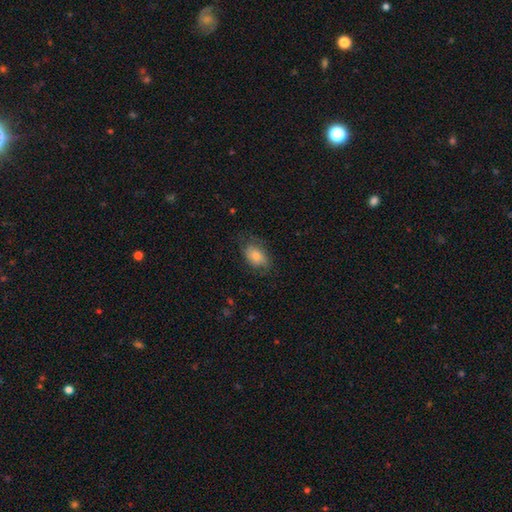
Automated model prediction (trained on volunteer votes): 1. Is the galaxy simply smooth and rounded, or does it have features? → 70% smooth, 21% featured or disk, 9% star or artifact.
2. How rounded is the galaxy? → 87% in between, 11% round, 2% cigar-shaped.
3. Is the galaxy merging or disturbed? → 65% none, 23% minor disturbance, 11% major disturbance, 1% merger.